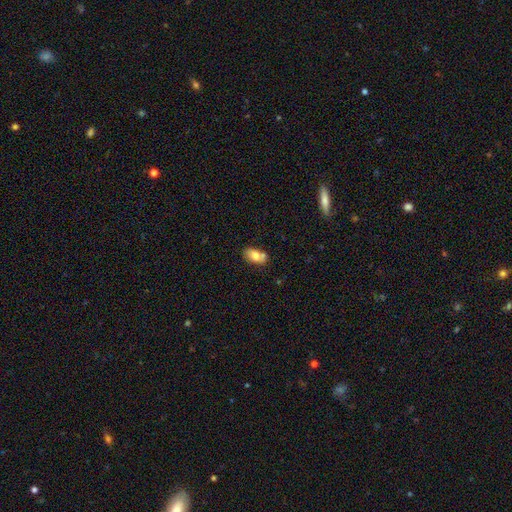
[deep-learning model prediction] smooth-or-featured: smooth: 75% | featured or disk: 17% | star or artifact: 8%
  how-rounded: in between: 90% | round: 7% | cigar-shaped: 3%
  merging: none: 62% | merger: 19% | minor disturbance: 16% | major disturbance: 4%